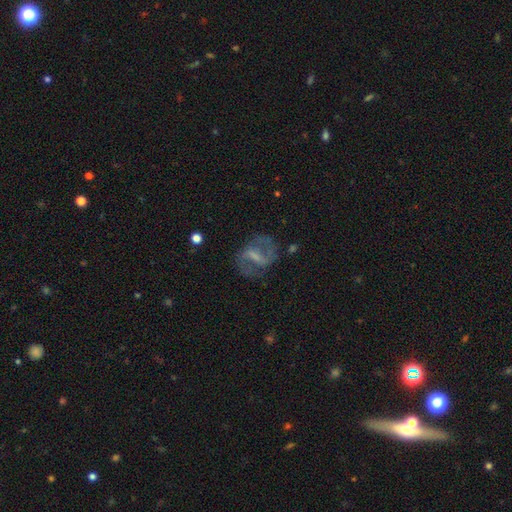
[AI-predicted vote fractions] Morphology: type=featured or disk (77%); edge-on=no (96%); bar=strong (48%); spiral arms=yes (83%); winding=medium (48%); arm count=2 (85%); bulge=small (37%, tied with none); merging=none (68%).